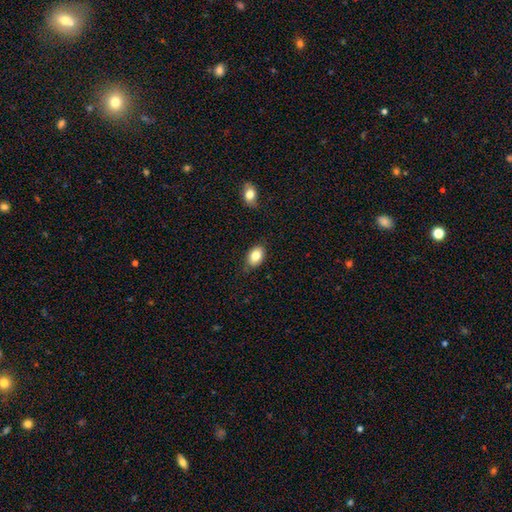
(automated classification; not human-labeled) A smooth galaxy with no disk features (82%) that is in between round and cigar-shaped (86%).

Vote fractions:
- Smooth or featured? smooth: 82% / featured or disk: 10% / star or artifact: 8%
- How rounded? in between: 86% / round: 13% / cigar-shaped: 1%
- Merging? none: 80% / minor disturbance: 15% / major disturbance: 3% / merger: 2%